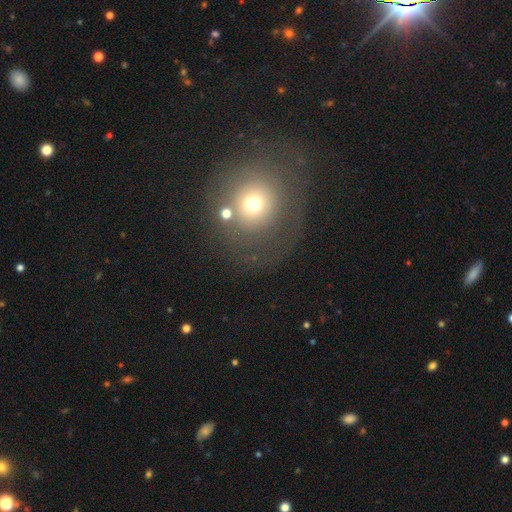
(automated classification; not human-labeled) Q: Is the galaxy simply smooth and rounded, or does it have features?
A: smooth — 56%.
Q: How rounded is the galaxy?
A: round — 84%.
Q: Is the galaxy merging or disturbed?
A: none — 66%.